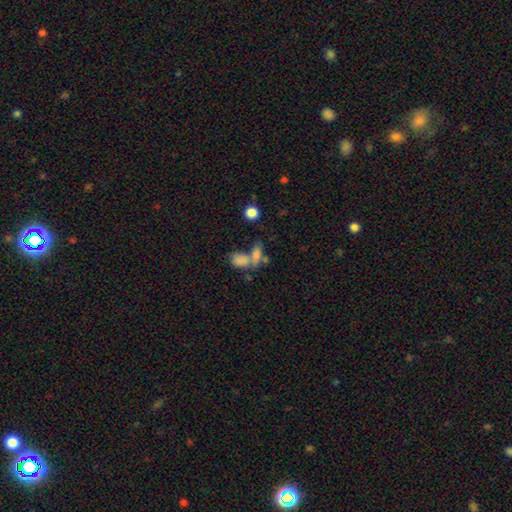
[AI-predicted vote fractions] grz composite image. It shows a smooth galaxy with no disk features (72%) that is in between round and cigar-shaped (76%). Merging: merger (53%).